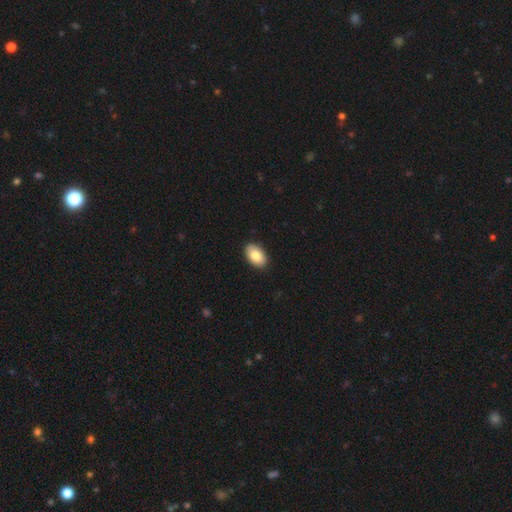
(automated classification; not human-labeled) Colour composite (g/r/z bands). It shows a smooth galaxy with no disk features (85%) that is in between round and cigar-shaped (93%). Merging: none (89%).